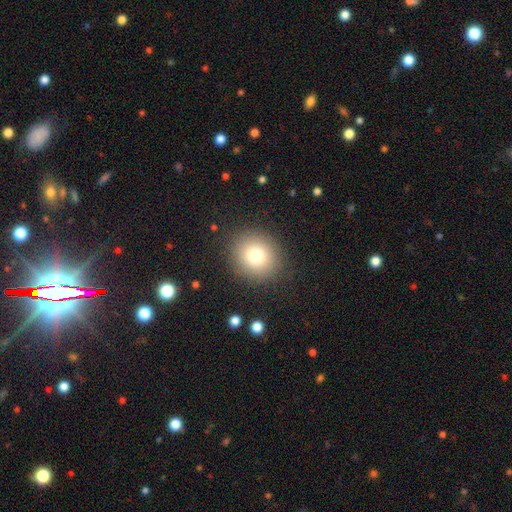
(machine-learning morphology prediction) Q: Smooth or featured?
A: smooth (77%); runner-up: star or artifact (12%)
Q: How rounded?
A: round (82%); runner-up: in between (17%)
Q: Merging?
A: none (87%); runner-up: minor disturbance (8%)